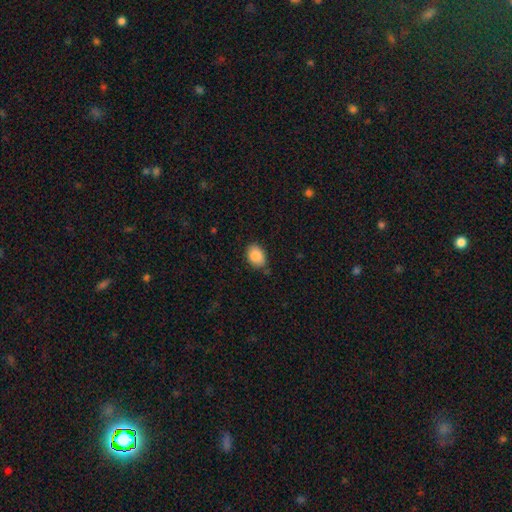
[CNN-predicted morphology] This appears to be a smooth galaxy with no disk features (88%) that is in between round and cigar-shaped (77%). Merging: none (76%).